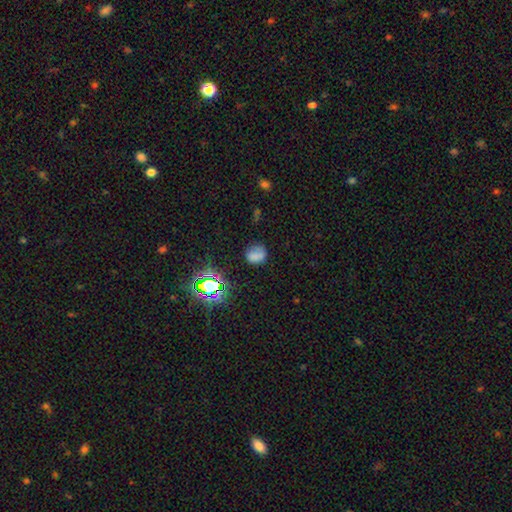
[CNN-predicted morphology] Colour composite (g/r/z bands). It shows a smooth galaxy with no disk features (67%) that is round (68%). Merging: none (67%).